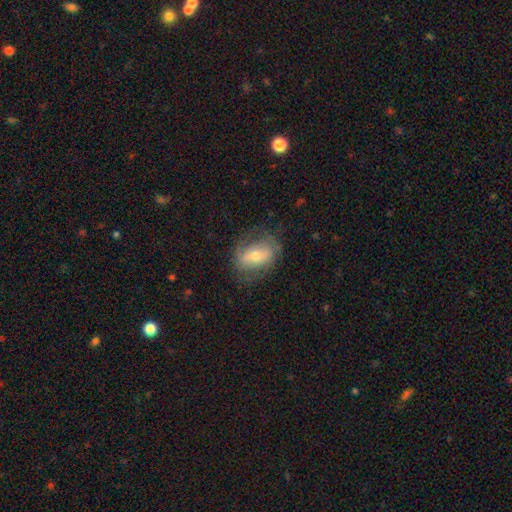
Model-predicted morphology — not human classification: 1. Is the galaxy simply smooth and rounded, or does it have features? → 48% featured or disk, 44% smooth, 8% star or artifact.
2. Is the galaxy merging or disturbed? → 68% none, 19% minor disturbance, 12% major disturbance, 1% merger.